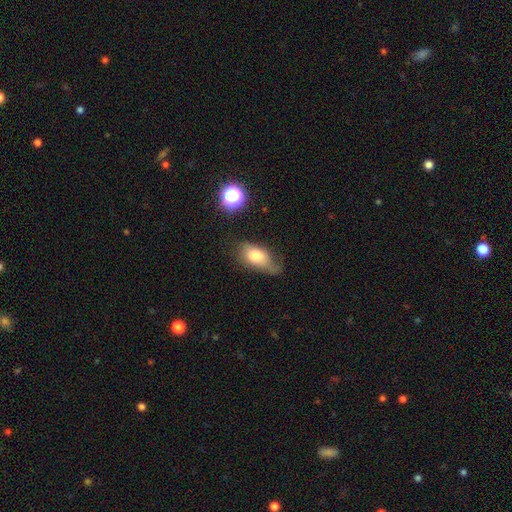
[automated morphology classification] Smooth or featured? Predicted: smooth (p=0.75). How rounded? Predicted: in between (p=0.86). Merging? Predicted: none (p=0.38).